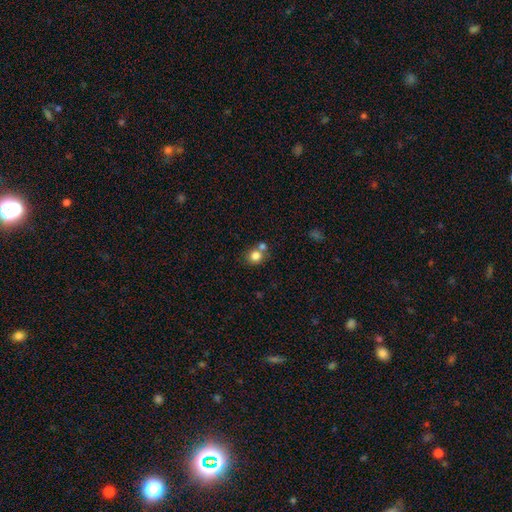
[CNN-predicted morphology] Overall: smooth (81%). How rounded: round (81%). Merging: none (53%; merger 34%).